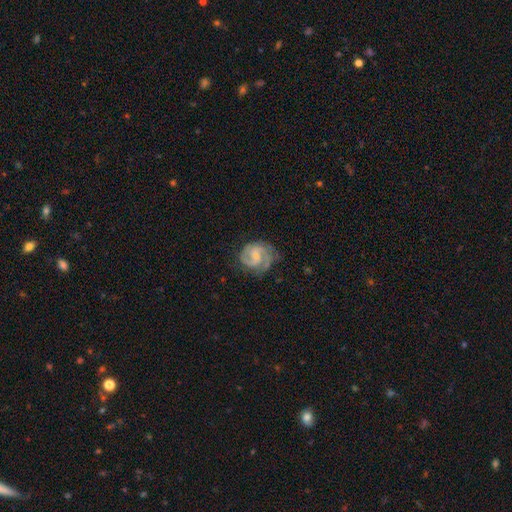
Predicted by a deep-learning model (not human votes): featured or disk 84%, smooth 11%, star or artifact 5%. Down the decision tree: edge-on disk — no (98%); bar — weak (49%); spiral arms — yes (96%); spiral arm count — 2 (71%); spiral winding — medium (50%); bulge size — small (62%); merging — none (66%).